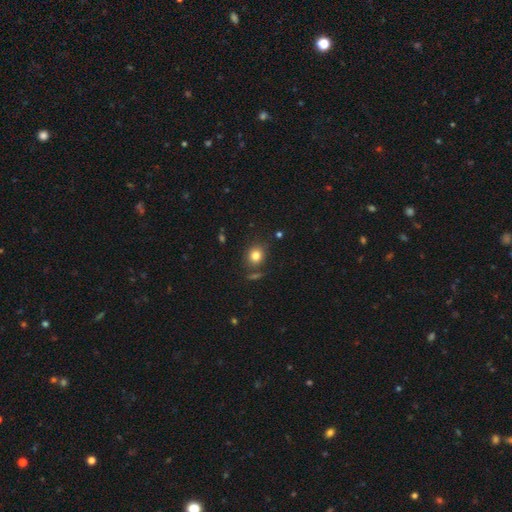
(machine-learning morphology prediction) Q: Smooth or featured?
A: smooth (81%); runner-up: star or artifact (12%)
Q: How rounded?
A: round (72%); runner-up: in between (27%)
Q: Merging?
A: none (78%); runner-up: minor disturbance (12%)